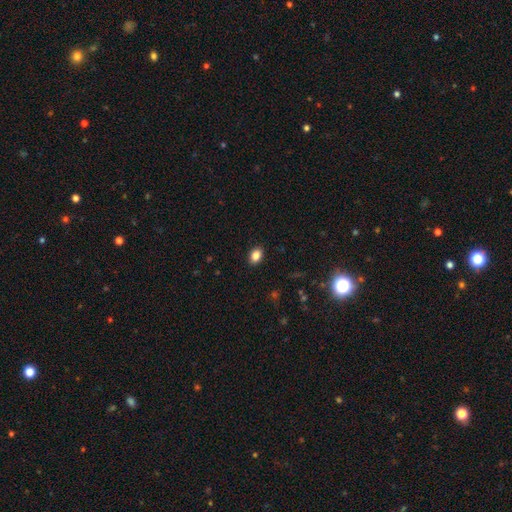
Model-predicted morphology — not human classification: Smooth or featured? smooth (85%)
How rounded? in between (80%)
Merging? none (89%)